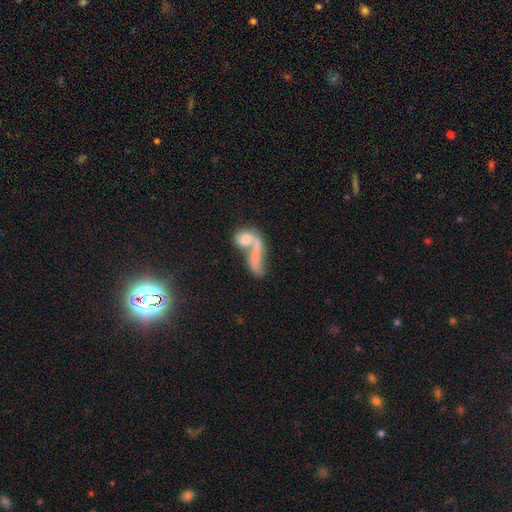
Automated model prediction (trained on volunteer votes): This appears to be a smooth galaxy with no disk features (58%) that is in between round and cigar-shaped (50%). Merging: merger (61%).